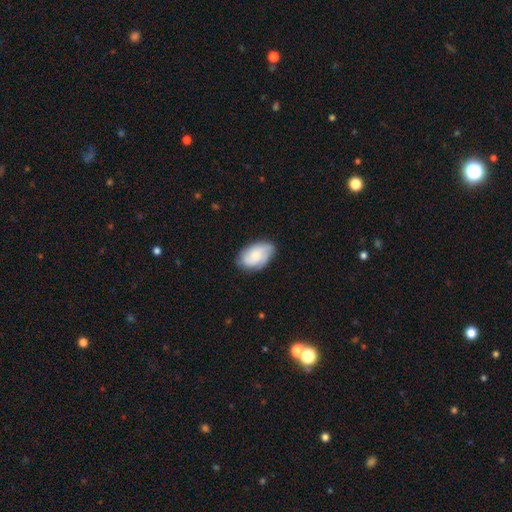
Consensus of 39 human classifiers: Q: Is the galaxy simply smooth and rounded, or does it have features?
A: featured or disk — 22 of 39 (56%).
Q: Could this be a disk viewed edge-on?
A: no — 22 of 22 (100%).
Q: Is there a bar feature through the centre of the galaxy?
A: no — 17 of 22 (77%).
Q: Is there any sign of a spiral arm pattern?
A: yes — 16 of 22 (73%).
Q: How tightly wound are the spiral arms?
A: medium — 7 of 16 (44%).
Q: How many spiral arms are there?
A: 3 — 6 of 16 (38%, tied with can't tell).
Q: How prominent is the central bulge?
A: small — 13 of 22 (59%).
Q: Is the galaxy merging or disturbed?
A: none — 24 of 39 (62%).